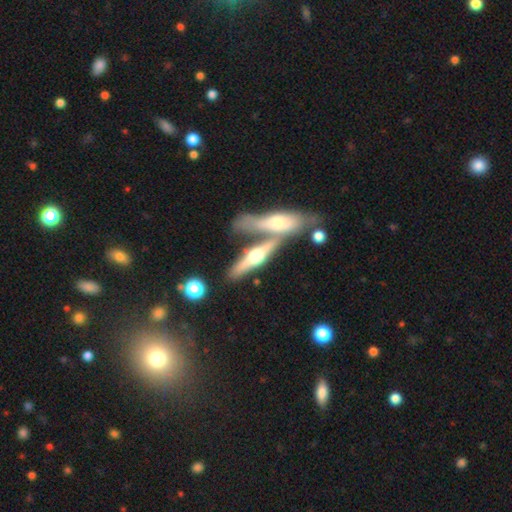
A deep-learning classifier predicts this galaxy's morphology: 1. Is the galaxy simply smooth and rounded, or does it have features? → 67% featured or disk, 28% smooth, 6% star or artifact.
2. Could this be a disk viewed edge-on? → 92% yes, 8% no.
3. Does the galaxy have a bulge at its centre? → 95% rounded, 3% boxy, 2% none.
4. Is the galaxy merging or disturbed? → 52% none, 34% merger, 10% minor disturbance, 4% major disturbance.